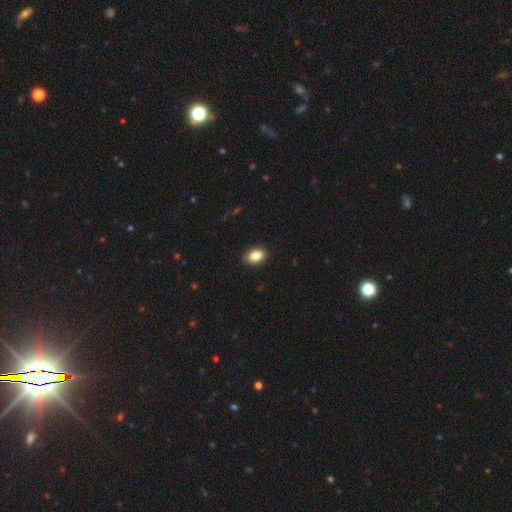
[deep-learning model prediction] Overall: smooth (84%). How rounded: in between (84%). Merging: none (87%).